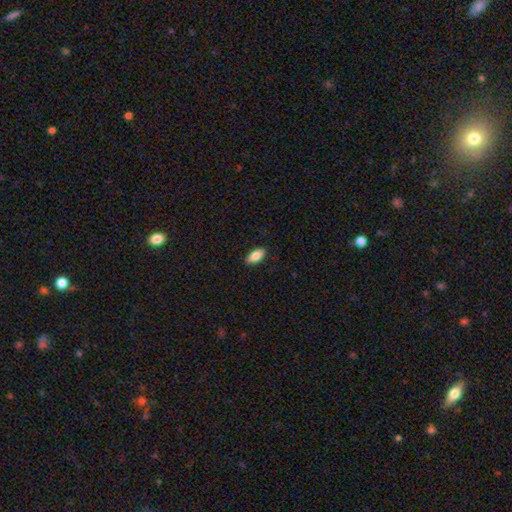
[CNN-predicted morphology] smooth 85%, featured or disk 8%, star or artifact 7%. Down the decision tree: how rounded — in between (89%); merging — none (89%).